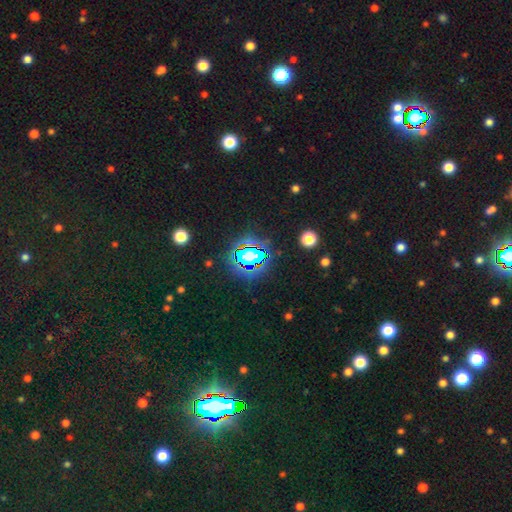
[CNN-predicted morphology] Smooth or featured?
  - star or artifact: 81% *
  - smooth: 12%
  - featured or disk: 8%